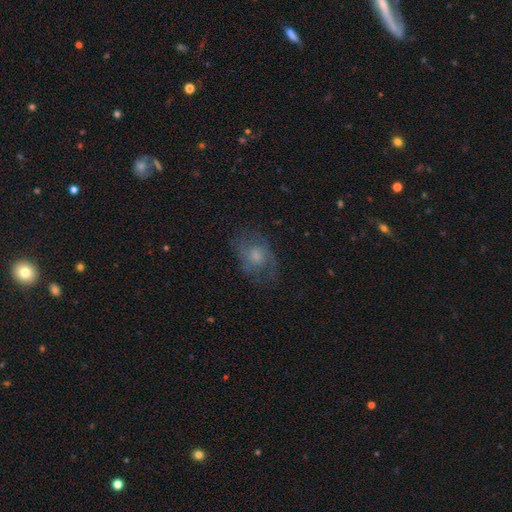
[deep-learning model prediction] smooth_or_featured: featured or disk (p=0.48) [alt: smooth p=0.41]
merging: none (p=0.63) [alt: minor disturbance p=0.21]